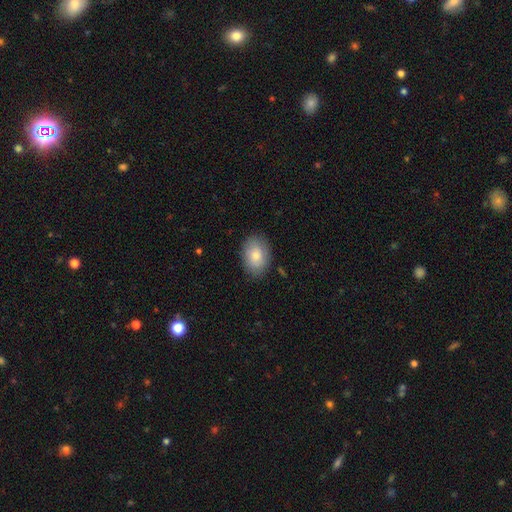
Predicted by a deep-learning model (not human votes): Morphology: type=smooth (82%); roundness=in between (83%); merging=none (84%).